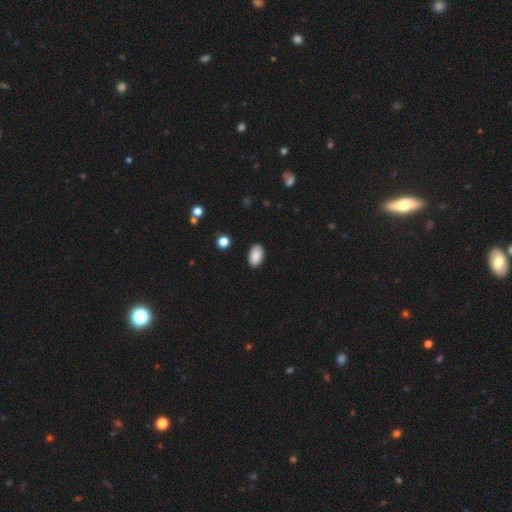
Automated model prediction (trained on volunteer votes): Overall: smooth (89%). How rounded: in between (94%). Merging: none (88%).